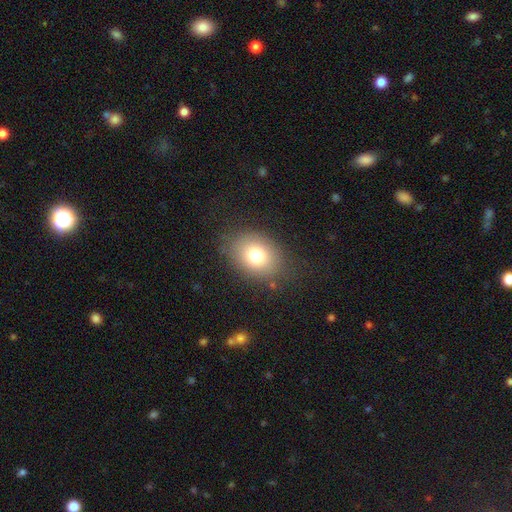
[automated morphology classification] The model was most divided on "how rounded": in between: 58%, round: 41%, cigar-shaped: 1%. More confident: merging — none (81%); smooth or featured — smooth (76%).